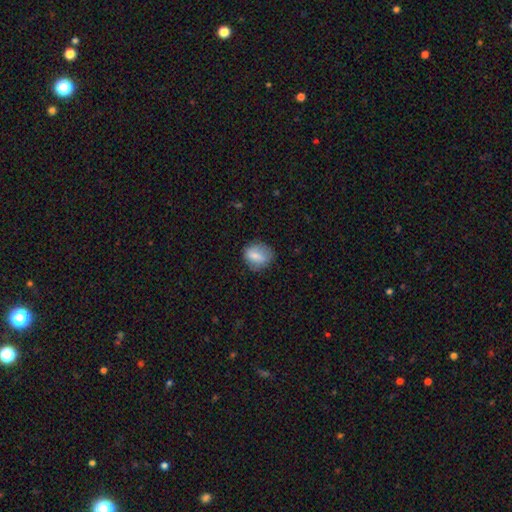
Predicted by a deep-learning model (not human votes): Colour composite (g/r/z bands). It shows a smooth galaxy with no disk features (73%) that is round (49%, tied with in between). Merging: none (73%).